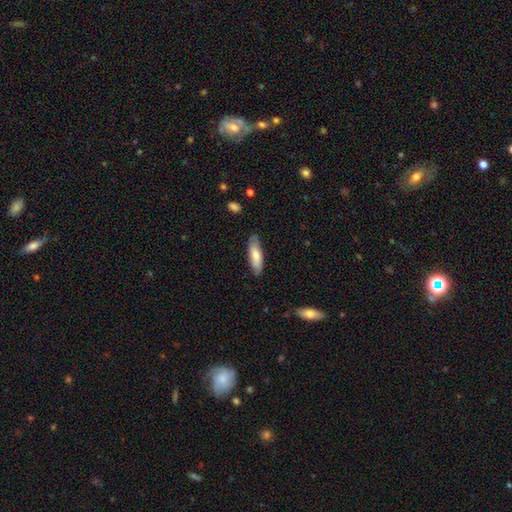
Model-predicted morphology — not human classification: This is likely a smooth galaxy (74%). How rounded: possibly cigar-shaped (51%). Merging: clearly none (83%).